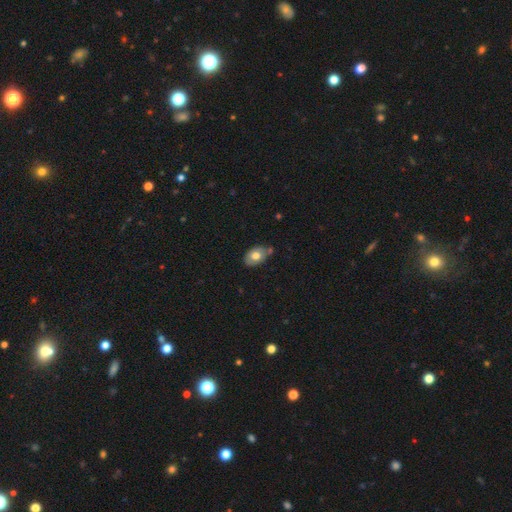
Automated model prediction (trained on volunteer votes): Smooth or featured?
  - smooth: 69% *
  - featured or disk: 24%
  - star or artifact: 7%
How rounded?
  - in between: 87% *
  - round: 12%
  - cigar-shaped: 1%
Merging?
  - none: 67% *
  - minor disturbance: 22%
  - merger: 8%
  - major disturbance: 4%